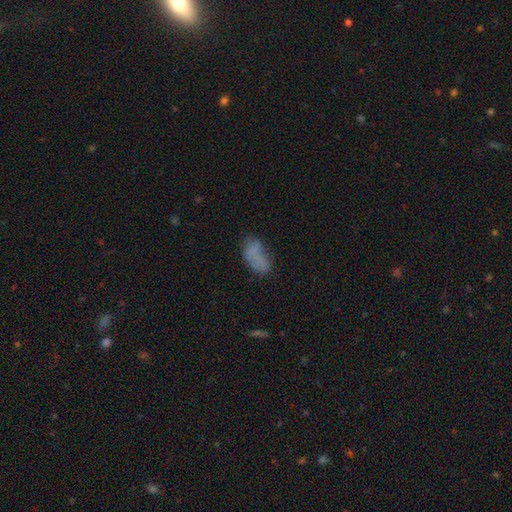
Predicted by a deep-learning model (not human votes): Smooth or featured? Predicted: smooth (p=0.66). How rounded? Predicted: in between (p=0.91). Merging? Predicted: none (p=0.51).